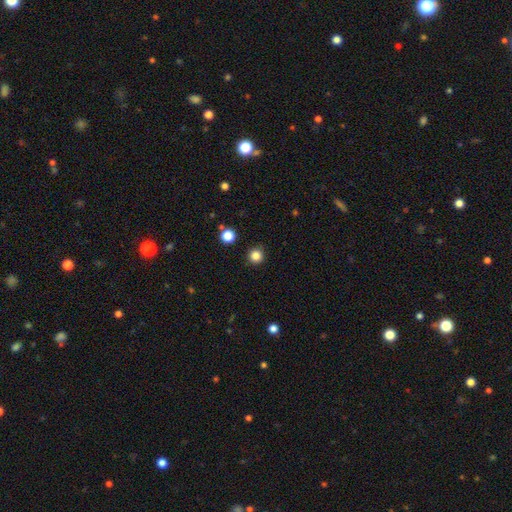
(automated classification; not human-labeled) Smooth or featured? smooth (84%)
How rounded? round (95%)
Merging? none (92%)